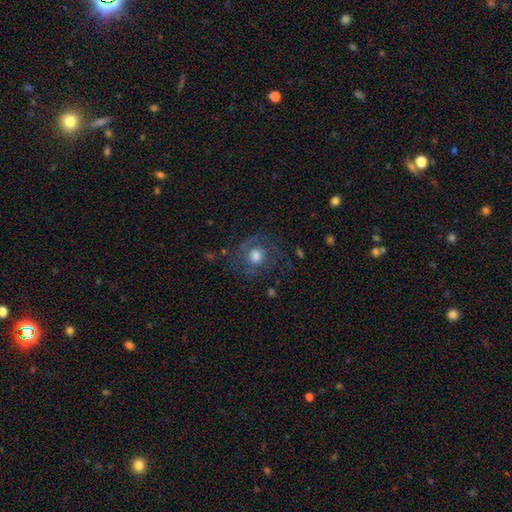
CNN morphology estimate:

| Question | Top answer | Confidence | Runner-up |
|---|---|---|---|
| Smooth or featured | smooth | 47% | featured or disk (43%) |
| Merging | none | 68% | minor disturbance (17%) |